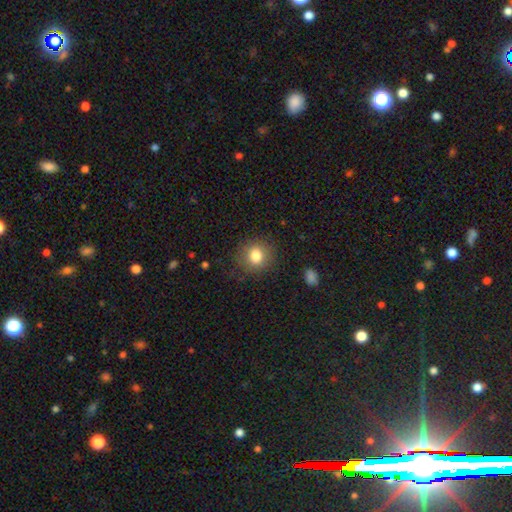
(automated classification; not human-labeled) Overall: smooth (82%). How rounded: round (82%). Merging: none (84%).